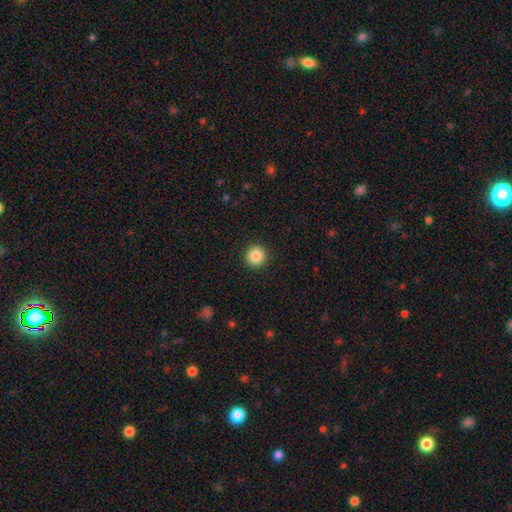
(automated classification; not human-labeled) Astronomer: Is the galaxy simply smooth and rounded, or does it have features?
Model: smooth — 86%.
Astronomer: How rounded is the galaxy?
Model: round — 95%.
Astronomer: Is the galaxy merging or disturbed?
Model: none — 93%.